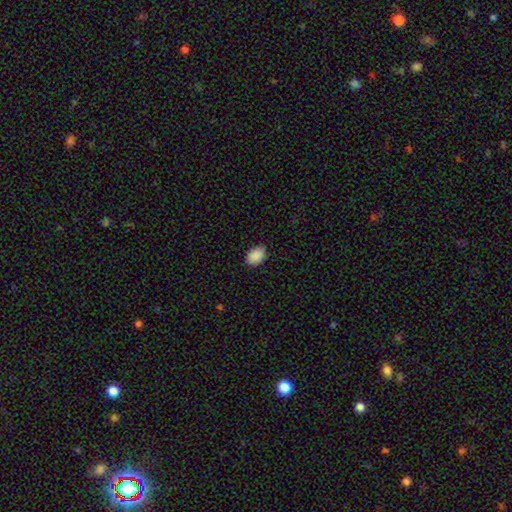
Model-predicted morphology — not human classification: This appears to be a smooth galaxy with no disk features (90%) that is in between round and cigar-shaped (82%). Merging: none (83%).